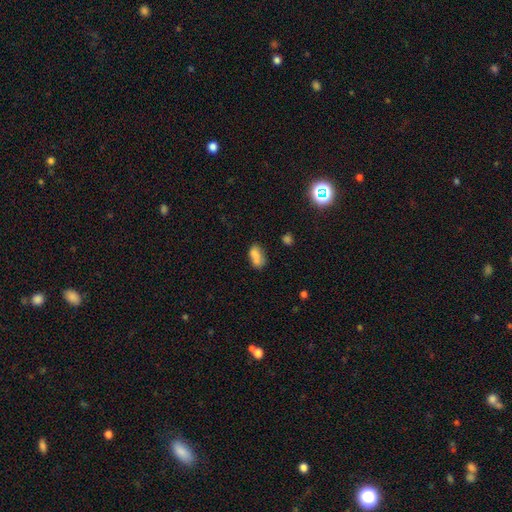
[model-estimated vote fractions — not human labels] Q: Smooth or featured?
A: smooth (77%); runner-up: featured or disk (12%)
Q: How rounded?
A: in between (86%); runner-up: cigar-shaped (7%)
Q: Merging?
A: none (51%); runner-up: minor disturbance (23%)